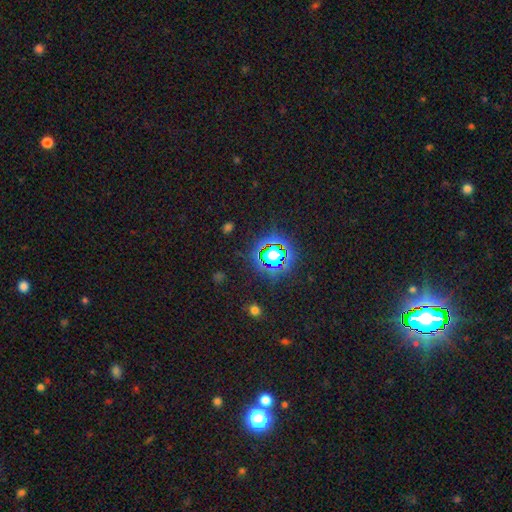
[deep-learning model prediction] Q: Smooth or featured?
A: star or artifact (82%); runner-up: smooth (12%)